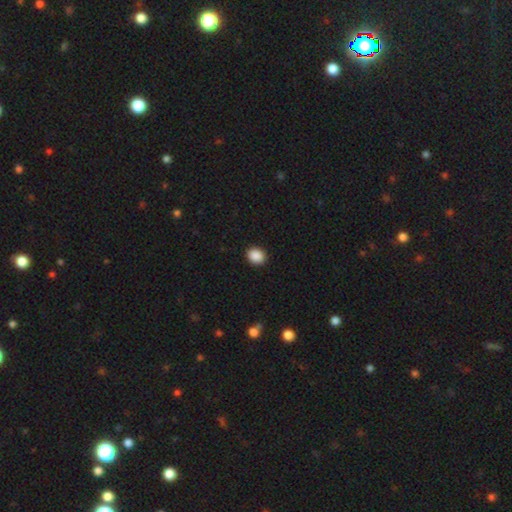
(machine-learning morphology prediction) smooth_or_featured: smooth (p=0.89) [alt: star or artifact p=0.09]
how_rounded: round (p=0.61) [alt: in between p=0.38]
merging: none (p=0.92) [alt: minor disturbance p=0.06]